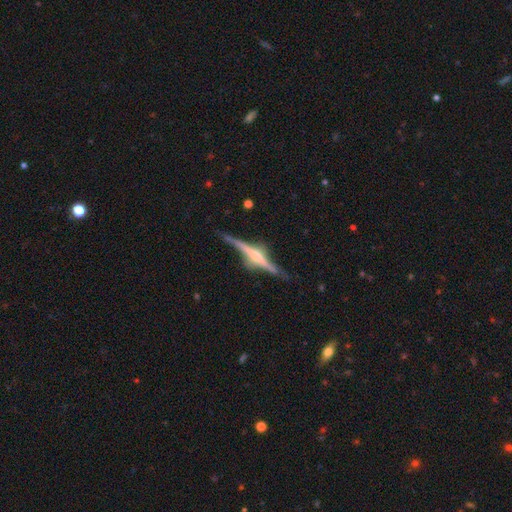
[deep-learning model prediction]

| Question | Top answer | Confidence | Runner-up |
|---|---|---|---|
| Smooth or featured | featured or disk | 82% | smooth (12%) |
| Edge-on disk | yes | 96% | no (4%) |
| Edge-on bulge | rounded | 81% | boxy (10%) |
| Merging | none | 78% | minor disturbance (15%) |